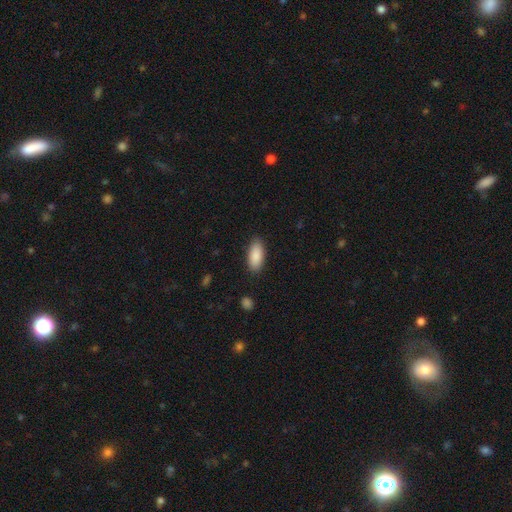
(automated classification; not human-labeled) Morphology: type=smooth (89%); roundness=in between (88%); merging=none (86%).